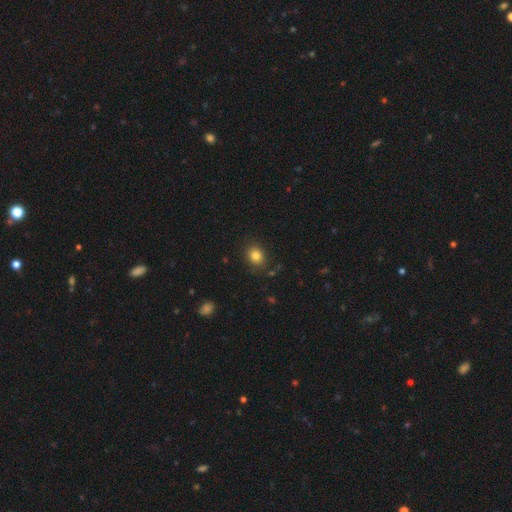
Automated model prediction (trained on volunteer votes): Smooth or featured: smooth — 82% (star or artifact — 12%)
How rounded: round — 65% (in between — 34%)
Merging: none — 86% (minor disturbance — 10%)